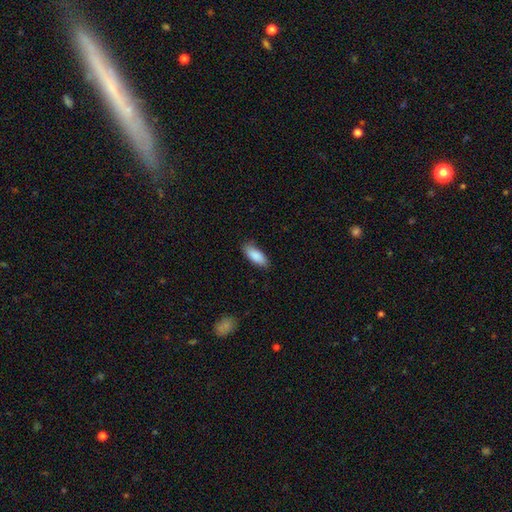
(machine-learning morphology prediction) A smooth galaxy with no disk features (88%) that is in between round and cigar-shaped (76%).

Vote fractions:
- Smooth or featured? smooth: 88% / featured or disk: 6% / star or artifact: 6%
- How rounded? in between: 76% / cigar-shaped: 22% / round: 2%
- Merging? none: 81% / minor disturbance: 15% / major disturbance: 3% / merger: 1%